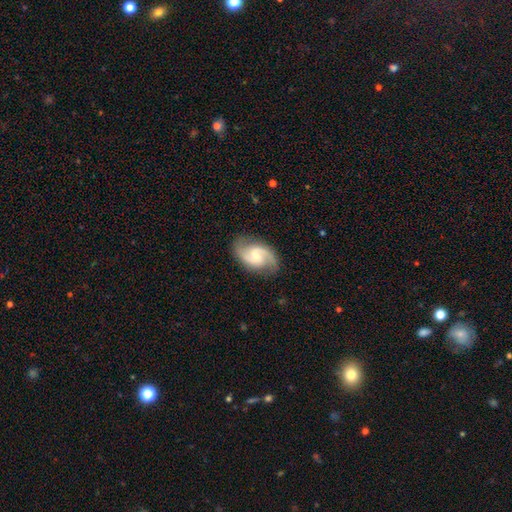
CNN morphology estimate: This is clearly a featured or disk galaxy (86%). It is clearly not viewed edge-on (98%). Bar: possibly weak (54%). Spiral arm pattern: clearly yes (97%). Spiral arm count: clearly 2 (93%). Spiral winding: possibly medium (52%). Central bulge: possibly small (53%). Merging: clearly none (83%).